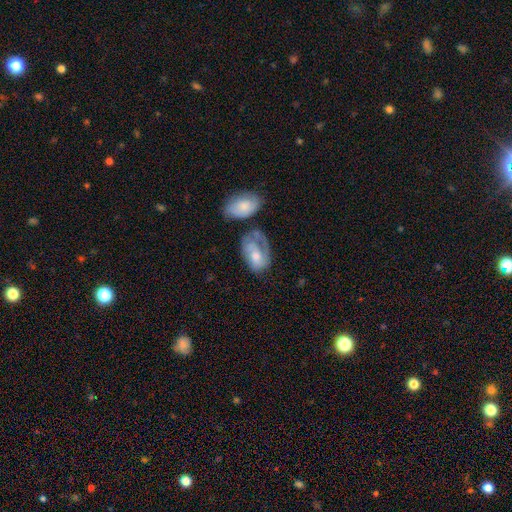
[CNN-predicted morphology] featured or disk 50%, smooth 43%, star or artifact 6%. Down the decision tree: edge-on disk — no (95%); merging — none (30%).